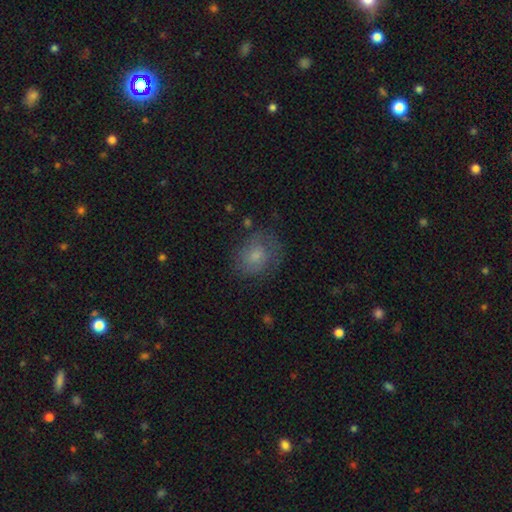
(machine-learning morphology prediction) smooth-or-featured: smooth: 67% | featured or disk: 23% | star or artifact: 10%
  how-rounded: round: 55% | in between: 44% | cigar-shaped: 1%
  merging: none: 64% | minor disturbance: 23% | major disturbance: 12% | merger: 2%